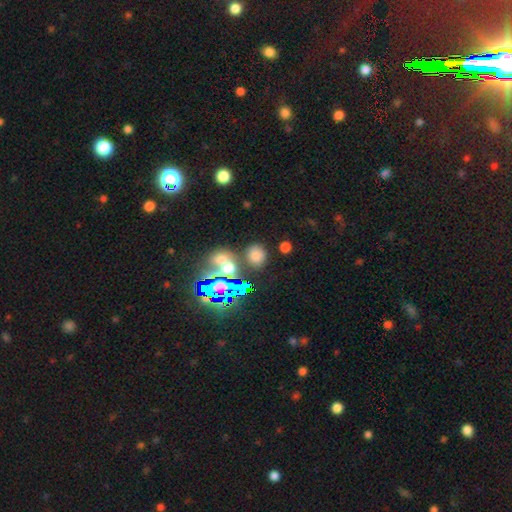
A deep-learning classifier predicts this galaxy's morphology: A smooth galaxy with no disk features (65%) that is round (72%). Merging: none (76%).